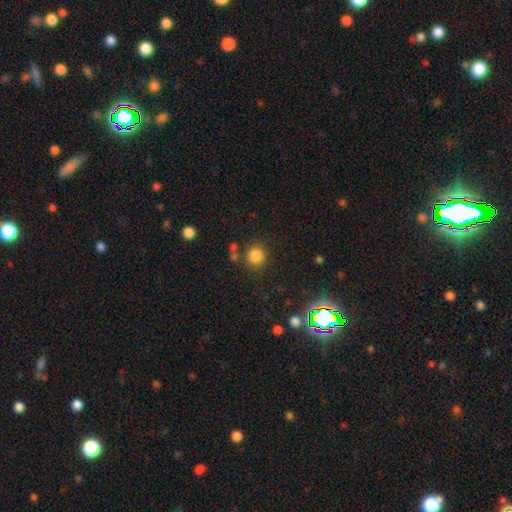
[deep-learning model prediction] Overall: smooth (82%). How rounded: round (90%). Merging: none (79%).